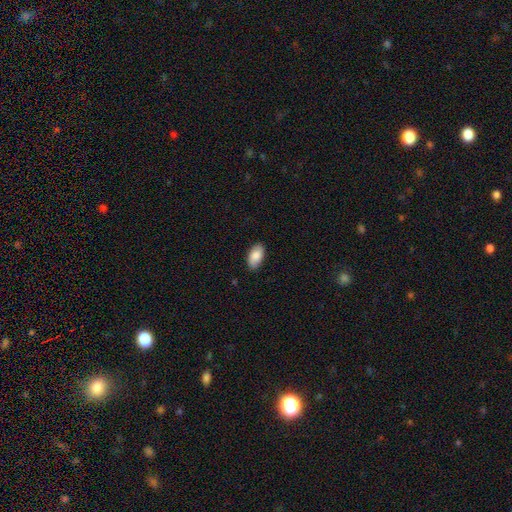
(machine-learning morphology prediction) This is clearly a smooth galaxy (86%). How rounded: clearly in between (94%). Merging: clearly none (86%).